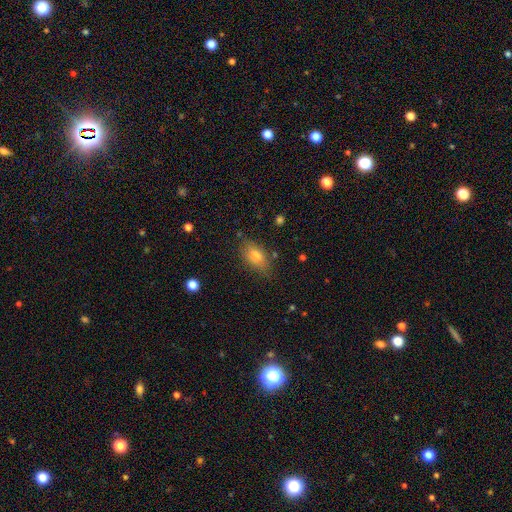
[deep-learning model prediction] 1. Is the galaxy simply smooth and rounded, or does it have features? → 74% smooth, 15% featured or disk, 11% star or artifact.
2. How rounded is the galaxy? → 84% in between, 9% round, 7% cigar-shaped.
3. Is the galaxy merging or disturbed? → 78% none, 16% minor disturbance, 4% major disturbance, 2% merger.